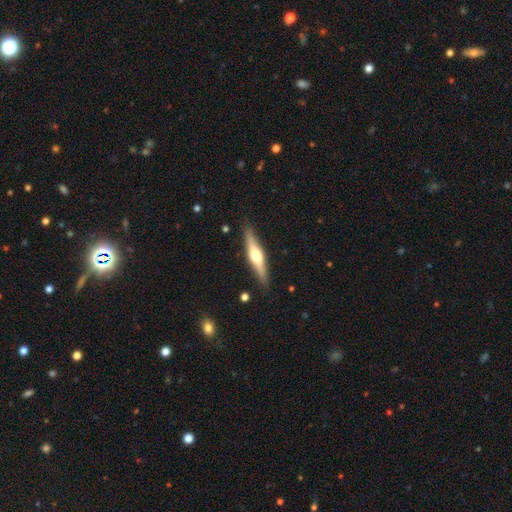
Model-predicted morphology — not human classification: Overall: featured or disk (63%; smooth 32%). Edge-on disk: yes (96%). Edge-on bulge: rounded (91%). Merging: none (88%).